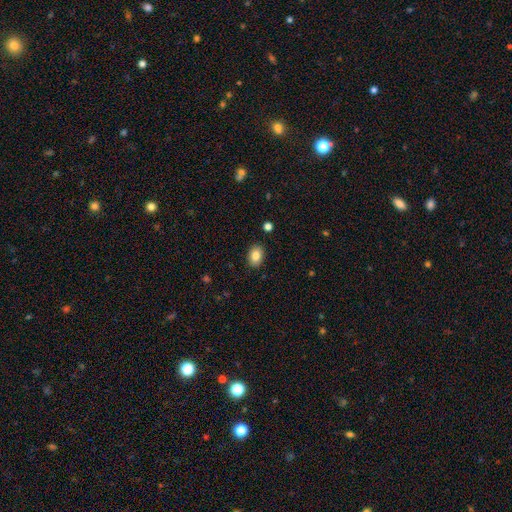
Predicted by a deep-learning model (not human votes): A smooth galaxy with no disk features (83%) that is in between round and cigar-shaped (78%).

Vote fractions:
- Smooth or featured? smooth: 83% / featured or disk: 9% / star or artifact: 8%
- How rounded? in between: 78% / round: 21% / cigar-shaped: 1%
- Merging? none: 89% / minor disturbance: 8% / major disturbance: 2% / merger: 1%